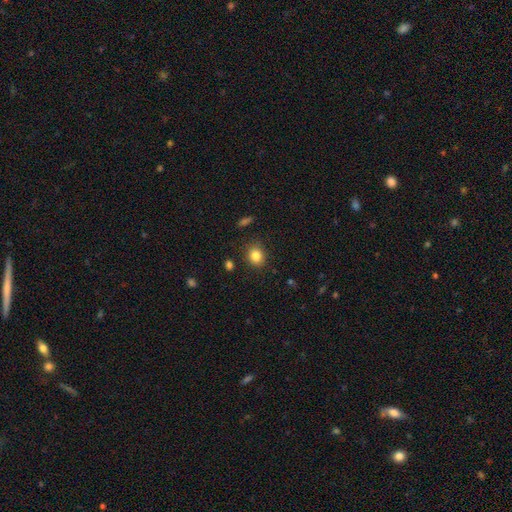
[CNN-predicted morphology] Overall: smooth (84%). How rounded: round (66%; in between 33%). Merging: none (86%).